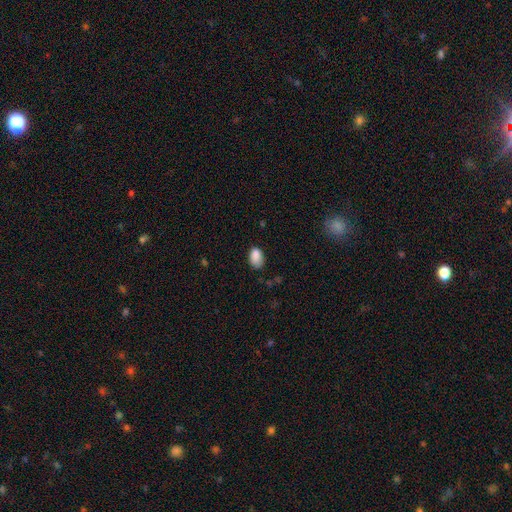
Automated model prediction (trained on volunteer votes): A smooth galaxy with no disk features (87%) that is in between round and cigar-shaped (86%).

Vote fractions:
- Smooth or featured? smooth: 87% / star or artifact: 9% / featured or disk: 5%
- How rounded? in between: 86% / round: 13% / cigar-shaped: 1%
- Merging? none: 63% / minor disturbance: 28% / major disturbance: 6% / merger: 2%